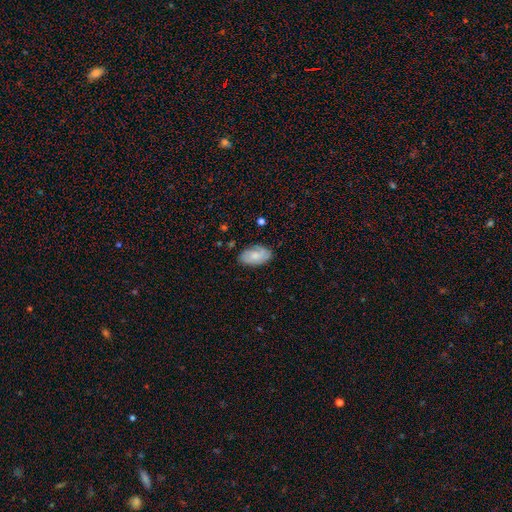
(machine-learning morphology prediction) type=smooth (54%); roundness=in between (92%); merging=none (77%).